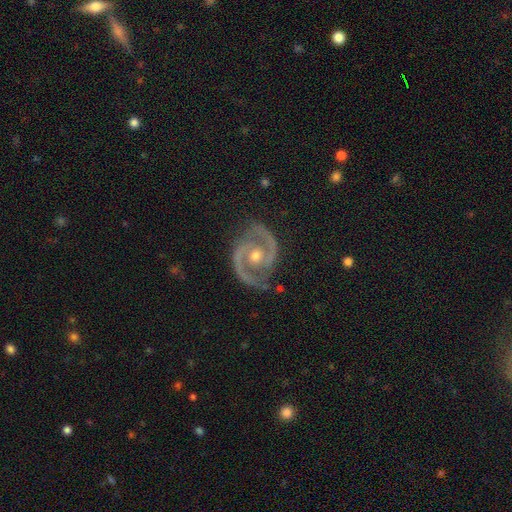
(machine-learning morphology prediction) A featured or disk galaxy (93%) with no bar (60%), 2 (93%) medium (53%) spiral arms (98%) and a moderate central bulge (71%). Merging: none (81%).